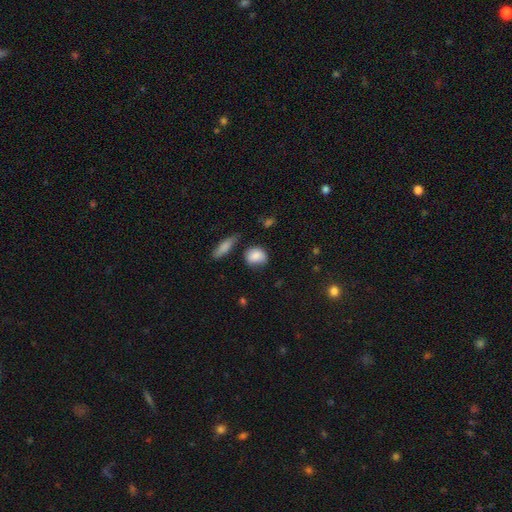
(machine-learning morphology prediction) smooth_or_featured: smooth (p=0.84) [alt: featured or disk p=0.08]
how_rounded: round (p=0.52) [alt: in between p=0.45]
merging: none (p=0.62) [alt: minor disturbance p=0.26]